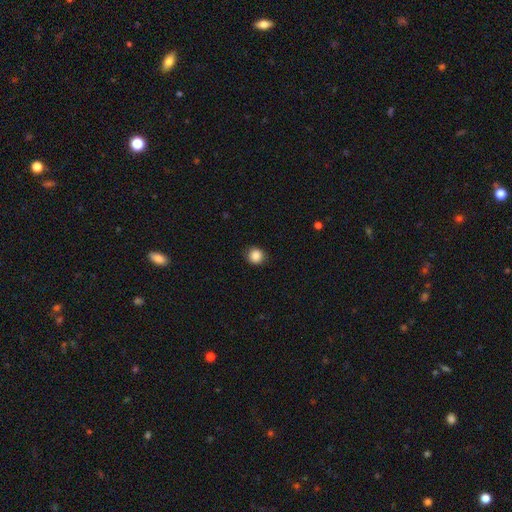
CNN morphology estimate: This is clearly a smooth galaxy (87%). How rounded: clearly round (91%). Merging: clearly none (89%).